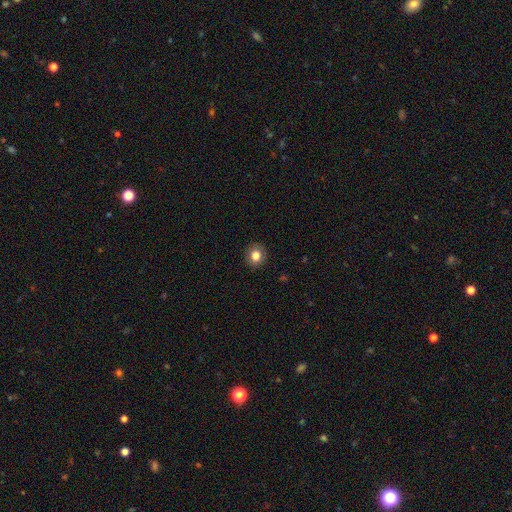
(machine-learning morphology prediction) Smooth or featured? Predicted: smooth (p=0.81). How rounded? Predicted: round (p=0.82). Merging? Predicted: none (p=0.90).